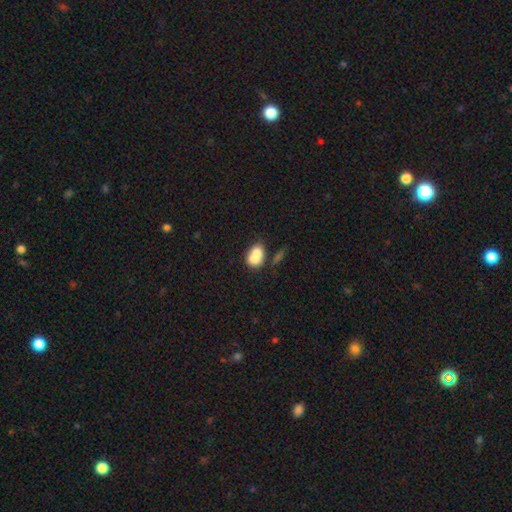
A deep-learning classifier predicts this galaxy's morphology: This appears to be a smooth galaxy with no disk features (73%) that is in between round and cigar-shaped (66%). Merging: merger (54%).